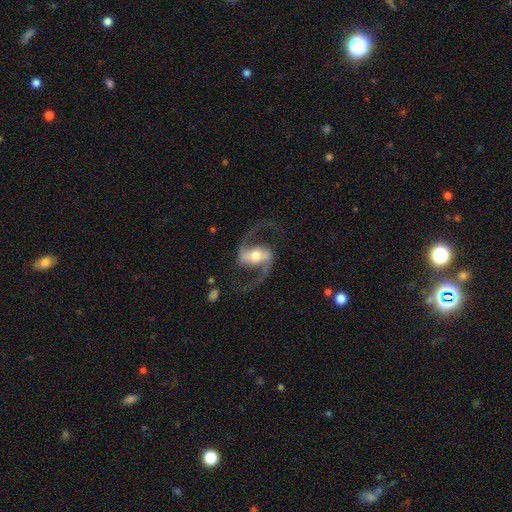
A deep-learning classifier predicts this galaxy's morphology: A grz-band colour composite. It shows a featured or disk galaxy (93%) with a strong bar (55%), 2 (95%) loose (48%) spiral arms (98%) and a moderate central bulge (62%). Merging: none (80%).